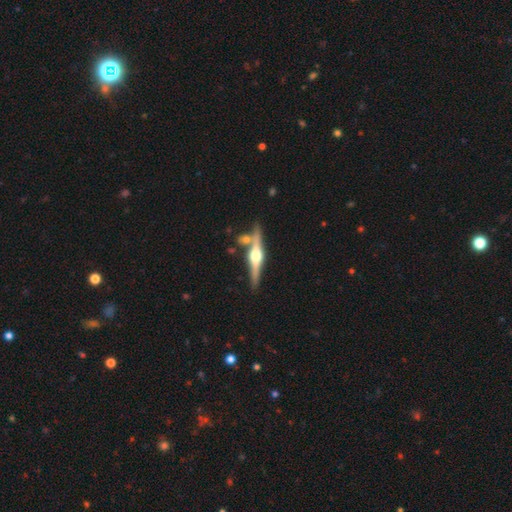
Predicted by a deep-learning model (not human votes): Q: Smooth or featured?
A: featured or disk (81%); runner-up: smooth (13%)
Q: Edge-on disk?
A: yes (98%); runner-up: no (2%)
Q: Edge-on bulge?
A: rounded (95%); runner-up: boxy (3%)
Q: Merging?
A: none (77%); runner-up: merger (11%)